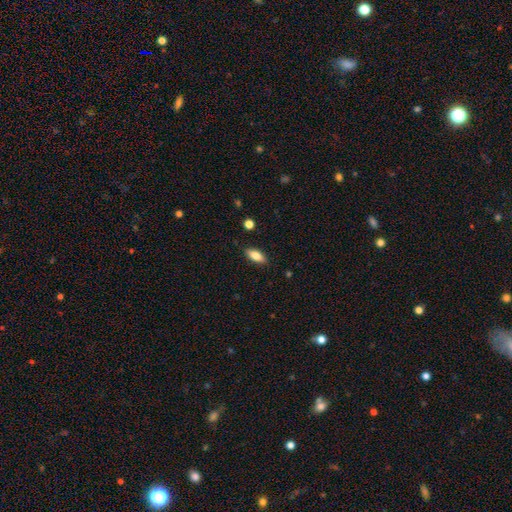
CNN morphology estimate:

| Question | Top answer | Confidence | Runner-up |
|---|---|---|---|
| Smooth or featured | smooth | 80% | featured or disk (13%) |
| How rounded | in between | 81% | cigar-shaped (17%) |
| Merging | none | 87% | minor disturbance (10%) |